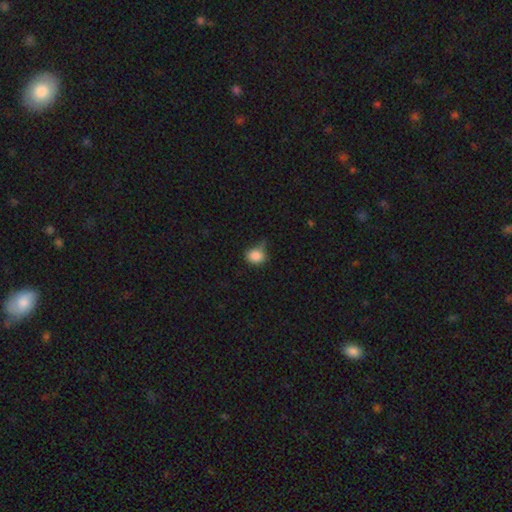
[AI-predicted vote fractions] Smooth or featured?
  - smooth: 85% *
  - star or artifact: 10%
  - featured or disk: 5%
How rounded?
  - round: 56% *
  - in between: 43%
  - cigar-shaped: 1%
Merging?
  - none: 51% *
  - minor disturbance: 35%
  - major disturbance: 10%
  - merger: 4%